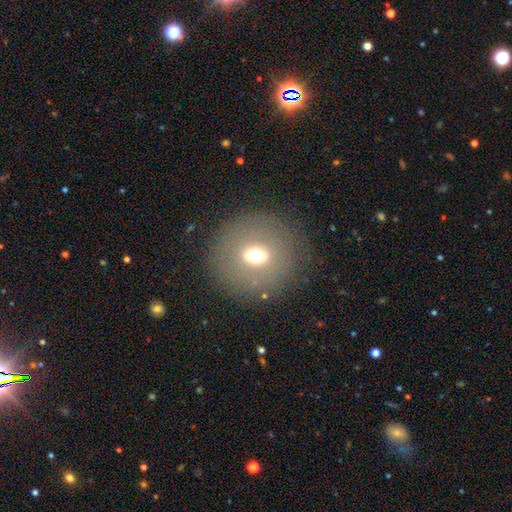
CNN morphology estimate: This appears to be a smooth galaxy with no disk features (56%) that is round (90%). Merging: none (88%).